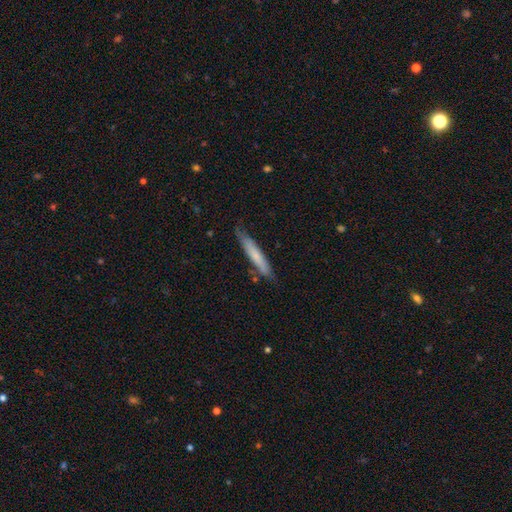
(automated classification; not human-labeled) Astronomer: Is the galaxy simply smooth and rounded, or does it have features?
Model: smooth — 66%.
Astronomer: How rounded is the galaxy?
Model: cigar-shaped — 93%.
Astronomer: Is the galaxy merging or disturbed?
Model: none — 76%.